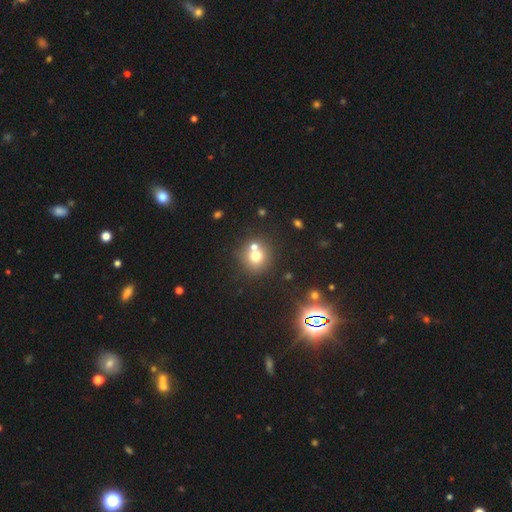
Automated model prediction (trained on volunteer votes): This is likely a smooth galaxy (69%). How rounded: clearly round (89%). Merging: possibly none (57%).